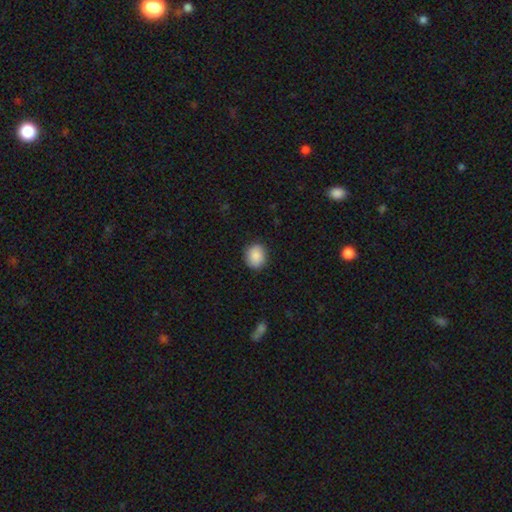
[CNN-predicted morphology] smooth-or-featured: smooth: 88% | star or artifact: 7% | featured or disk: 5%
  how-rounded: round: 70% | in between: 29% | cigar-shaped: 1%
  merging: none: 89% | minor disturbance: 8% | major disturbance: 2% | merger: 1%